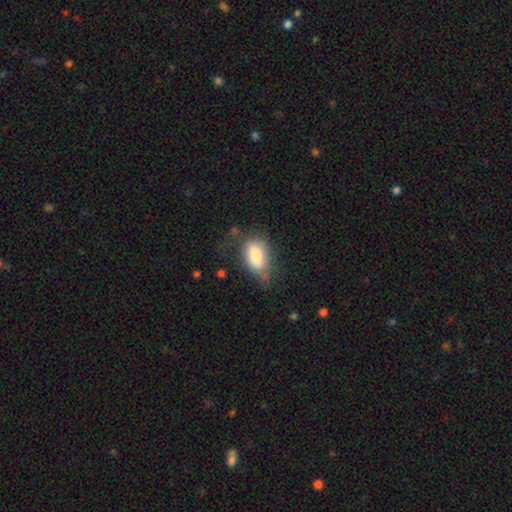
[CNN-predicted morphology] A smooth galaxy with no disk features (80%) that is in between round and cigar-shaped (90%). Merging: none (44%).